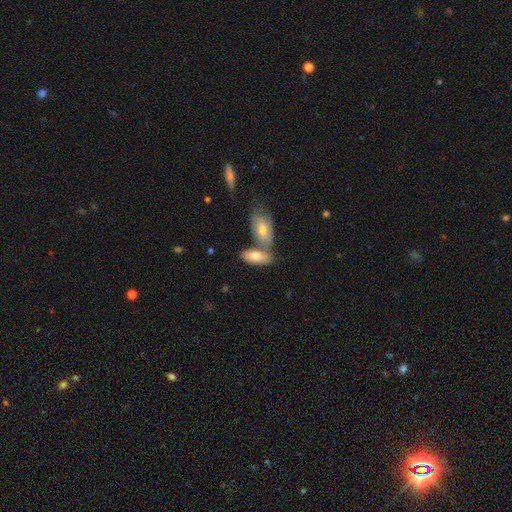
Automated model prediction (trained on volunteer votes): A smooth galaxy with no disk features (72%) that is in between round and cigar-shaped (84%). Merging: merger (48%).